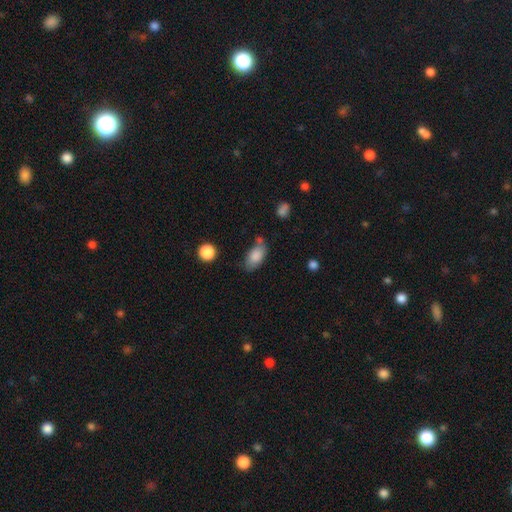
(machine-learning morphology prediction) smooth 83%, featured or disk 10%, star or artifact 8%. Down the decision tree: how rounded — in between (91%); merging — none (56%).